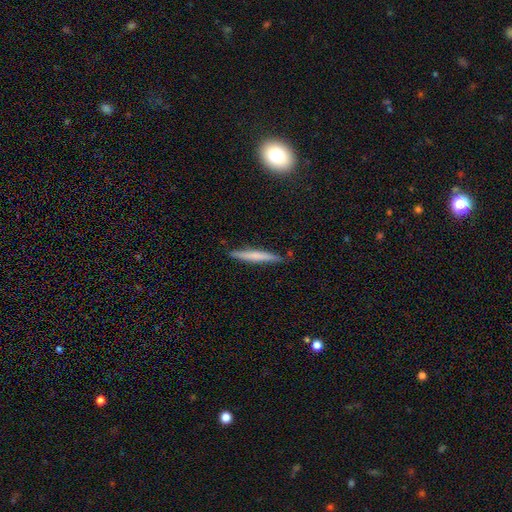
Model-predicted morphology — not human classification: This appears to be a smooth galaxy with no disk features (58%) that is cigar-shaped (96%). Merging: none (87%).